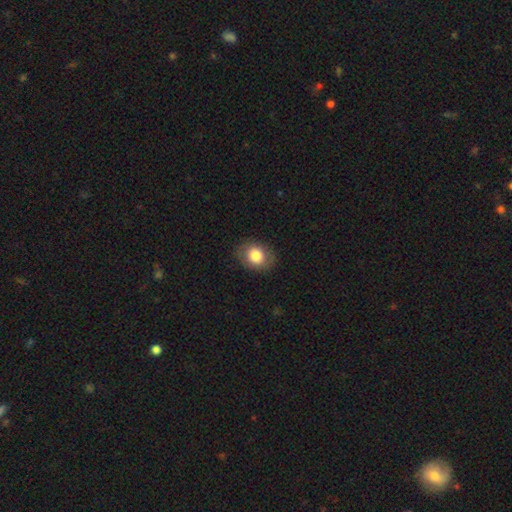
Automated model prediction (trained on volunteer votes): A smooth galaxy with no disk features (80%) that is in between round and cigar-shaped (55%).

Vote fractions:
- Smooth or featured? smooth: 80% / featured or disk: 12% / star or artifact: 8%
- How rounded? in between: 55% / round: 44% / cigar-shaped: 1%
- Merging? none: 85% / minor disturbance: 11% / major disturbance: 3% / merger: 1%